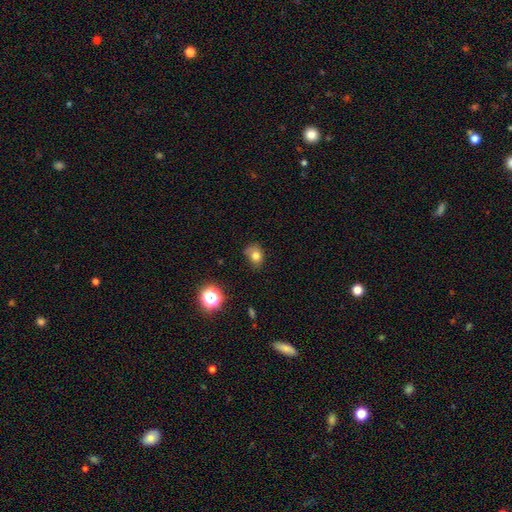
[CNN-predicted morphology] smooth_or_featured: smooth (p=0.76) [alt: star or artifact p=0.14]
how_rounded: in between (p=0.50) [alt: round p=0.49]
merging: none (p=0.50) [alt: minor disturbance p=0.34]